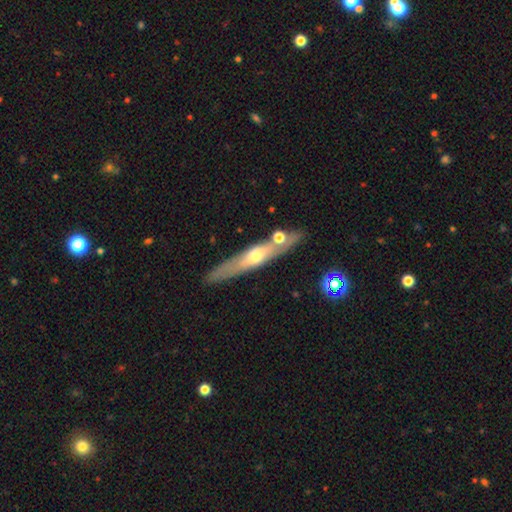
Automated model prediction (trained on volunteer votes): This is likely a featured or disk galaxy (61%). It is clearly viewed edge-on (85%). Edge-on bulge: clearly rounded (84%). Merging: likely none (79%).